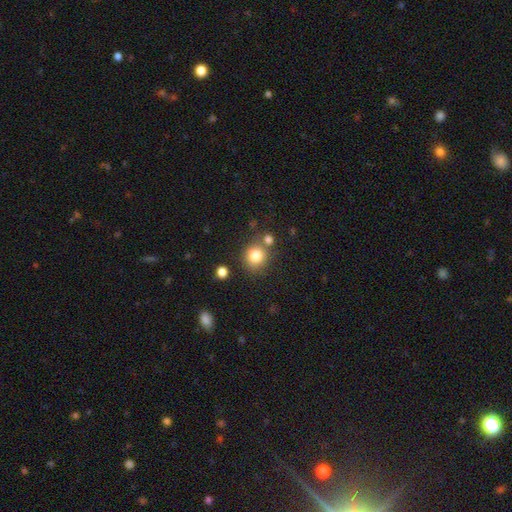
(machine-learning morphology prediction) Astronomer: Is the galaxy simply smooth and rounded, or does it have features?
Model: smooth — 81%.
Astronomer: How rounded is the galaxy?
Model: round — 85%.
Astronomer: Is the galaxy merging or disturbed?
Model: none — 71%.